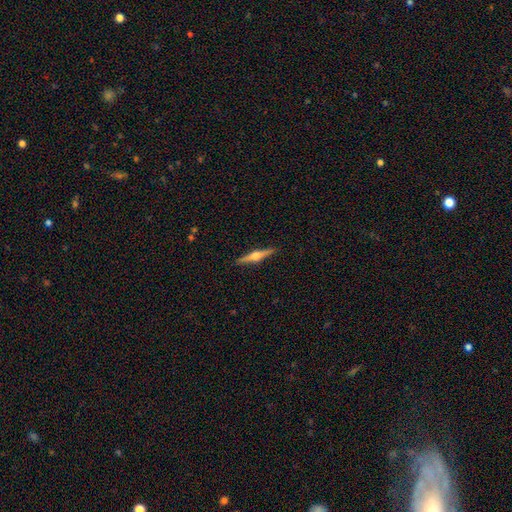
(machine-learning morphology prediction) Smooth or featured: featured or disk — 77% (smooth — 17%)
Edge-on disk: yes — 98% (no — 2%)
Edge-on bulge: rounded — 95% (boxy — 4%)
Merging: none — 92% (minor disturbance — 6%)